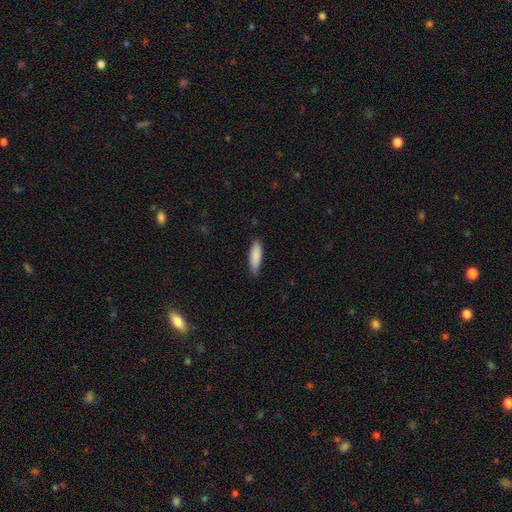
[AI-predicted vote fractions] Smooth or featured?
  - smooth: 88% *
  - featured or disk: 6%
  - star or artifact: 6%
How rounded?
  - cigar-shaped: 51% *
  - in between: 47%
  - round: 1%
Merging?
  - none: 80% *
  - minor disturbance: 16%
  - major disturbance: 2%
  - merger: 1%